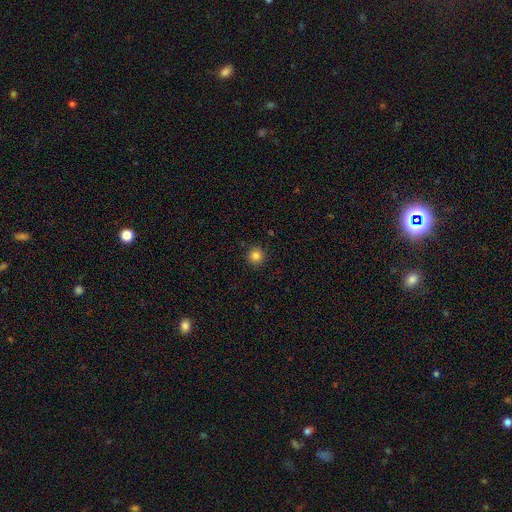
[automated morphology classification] This appears to be a smooth galaxy with no disk features (83%) that is round (95%). Merging: none (91%).